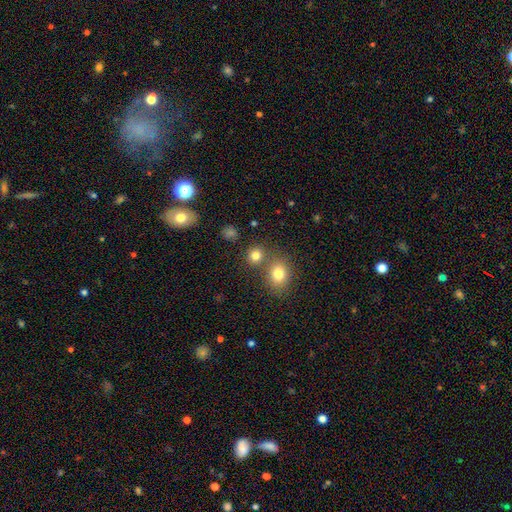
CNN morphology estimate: Smooth or featured: smooth — 80% (star or artifact — 13%)
How rounded: round — 79% (in between — 20%)
Merging: none — 66% (merger — 23%)